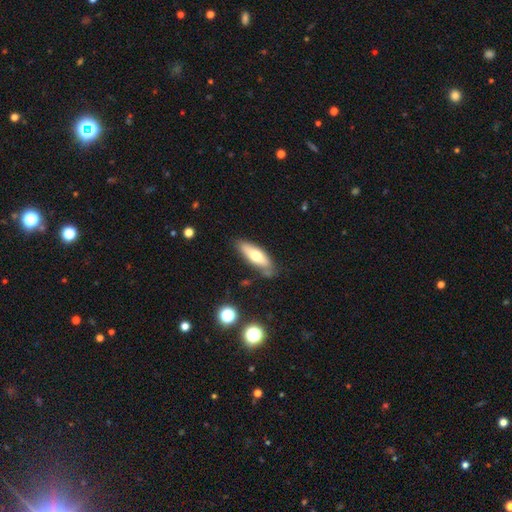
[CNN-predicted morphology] type=smooth (62%); roundness=in between (60%); merging=none (75%).